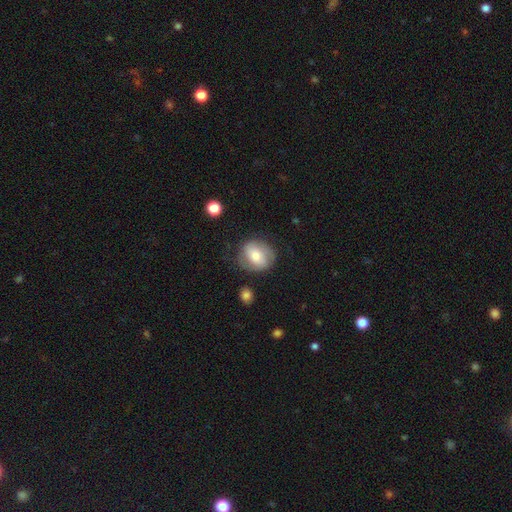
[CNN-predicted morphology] smooth-or-featured: smooth: 52% | featured or disk: 41% | star or artifact: 7%
  how-rounded: round: 60% | in between: 38% | cigar-shaped: 1%
  merging: none: 68% | minor disturbance: 21% | major disturbance: 9% | merger: 2%